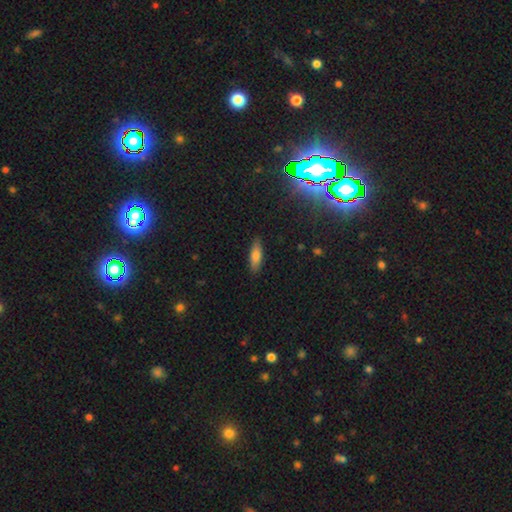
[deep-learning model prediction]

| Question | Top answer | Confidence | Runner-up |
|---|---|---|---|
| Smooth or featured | smooth | 74% | featured or disk (18%) |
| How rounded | in between | 54% | cigar-shaped (44%) |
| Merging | none | 88% | minor disturbance (9%) |